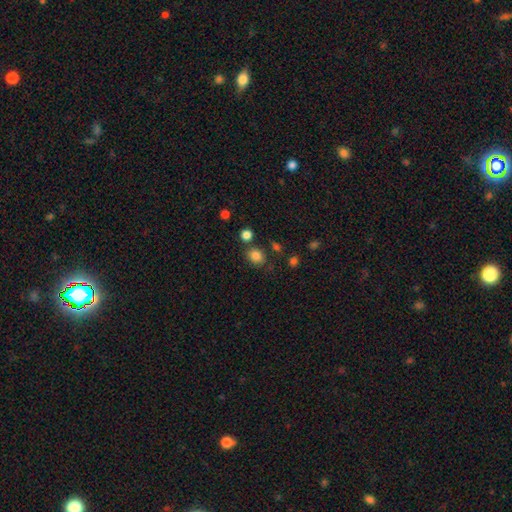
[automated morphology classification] Smooth or featured? Predicted: smooth (p=0.83). How rounded? Predicted: round (p=0.60). Merging? Predicted: none (p=0.73).